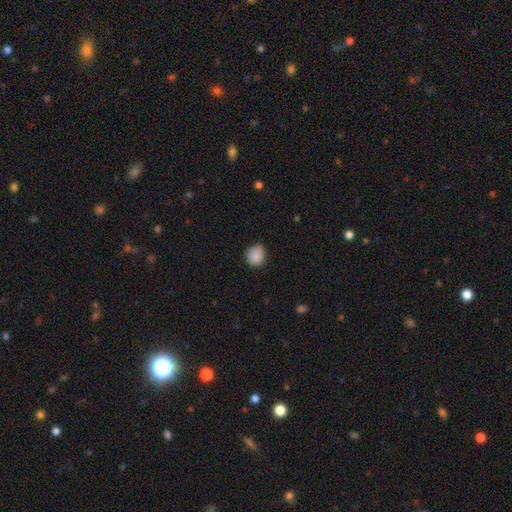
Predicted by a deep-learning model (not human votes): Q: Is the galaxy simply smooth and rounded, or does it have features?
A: smooth — 88%.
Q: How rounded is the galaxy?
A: round — 78%.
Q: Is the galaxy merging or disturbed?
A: none — 79%.